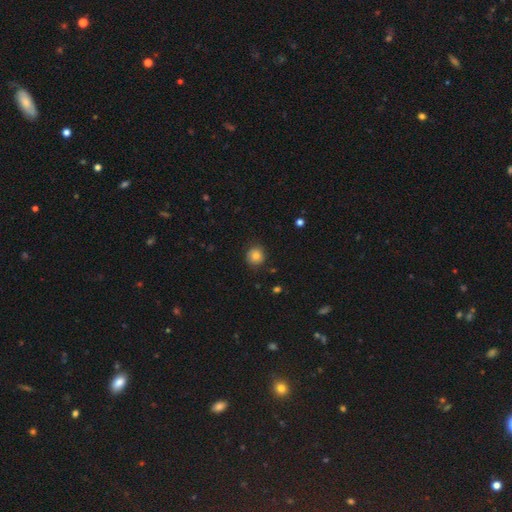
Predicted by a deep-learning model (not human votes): The model was most divided on "smooth or featured": smooth: 79%, star or artifact: 11%, featured or disk: 10%. More confident: how rounded — round (89%); merging — none (85%).